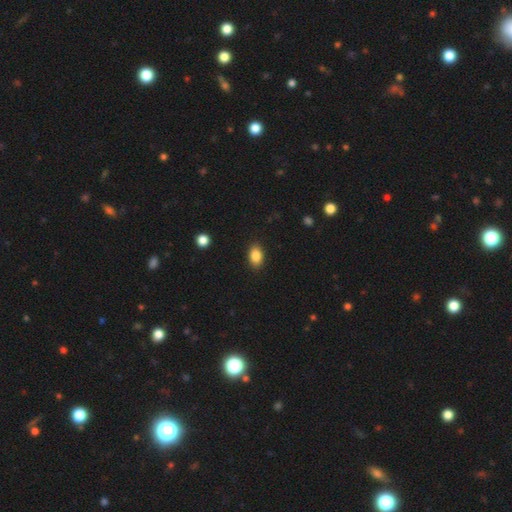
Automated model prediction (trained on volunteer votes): Smooth or featured? smooth (87%)
How rounded? in between (85%)
Merging? none (88%)